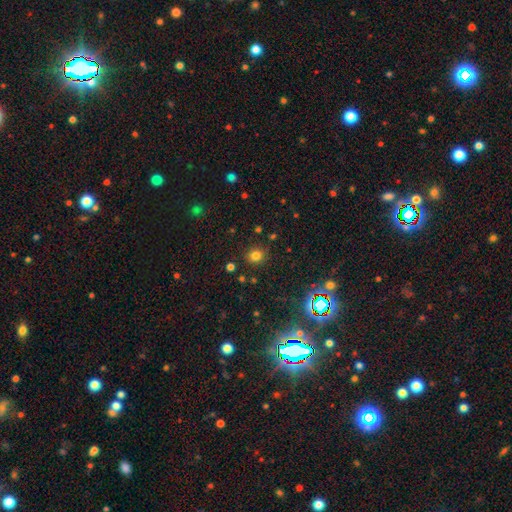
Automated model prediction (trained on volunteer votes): Smooth or featured?
  - smooth: 76% *
  - star or artifact: 18%
  - featured or disk: 6%
How rounded?
  - round: 79% *
  - in between: 20%
  - cigar-shaped: 1%
Merging?
  - none: 87% *
  - minor disturbance: 8%
  - major disturbance: 3%
  - merger: 2%